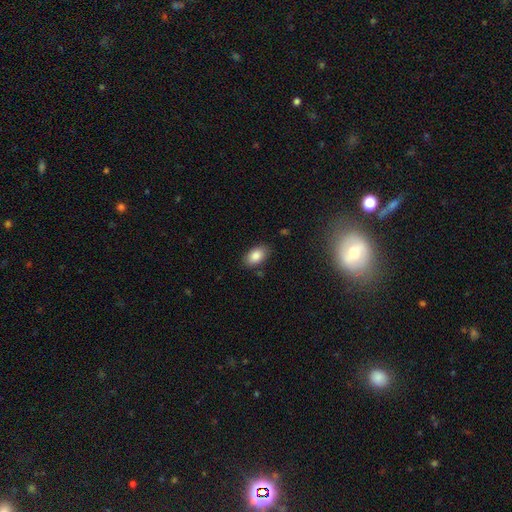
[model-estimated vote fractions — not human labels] The model was most divided on "merging": none: 83%, minor disturbance: 12%, major disturbance: 3%, merger: 2%. More confident: how rounded — in between (91%); smooth or featured — smooth (86%).